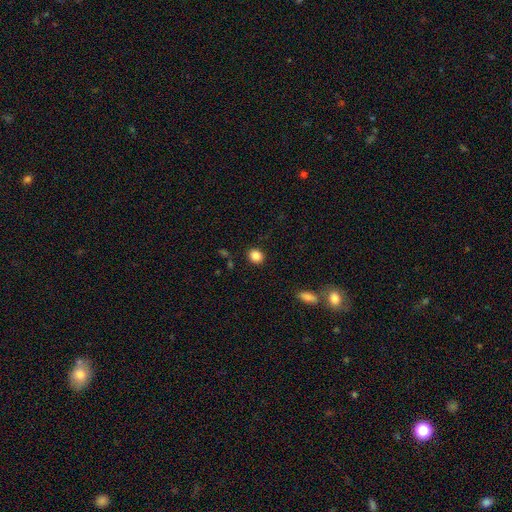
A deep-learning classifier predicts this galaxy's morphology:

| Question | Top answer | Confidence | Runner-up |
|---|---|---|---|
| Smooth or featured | smooth | 86% | star or artifact (10%) |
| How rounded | round | 69% | in between (30%) |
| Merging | none | 89% | minor disturbance (7%) |